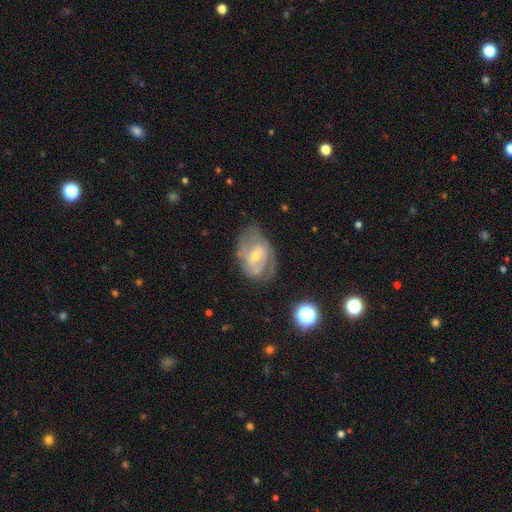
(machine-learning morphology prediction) Smooth or featured?
  - featured or disk: 80% *
  - smooth: 14%
  - star or artifact: 6%
Edge-on disk?
  - no: 96% *
  - yes: 4%
Bar?
  - weak: 46% *
  - no: 40%
  - strong: 15%
Spiral arms?
  - yes: 88% *
  - no: 12%
Spiral winding?
  - tight: 47% *
  - medium: 41%
  - loose: 13%
Spiral arm count?
  - 2: 53% *
  - can't tell: 26%
  - 3: 11%
  - 1: 5%
  - 4: 3%
  - more than 4: 2%
Bulge size?
  - moderate: 53% *
  - small: 43%
  - large: 2%
  - none: 1%
  - dominant: 1%
Merging?
  - none: 61% *
  - minor disturbance: 25%
  - major disturbance: 13%
  - merger: 2%